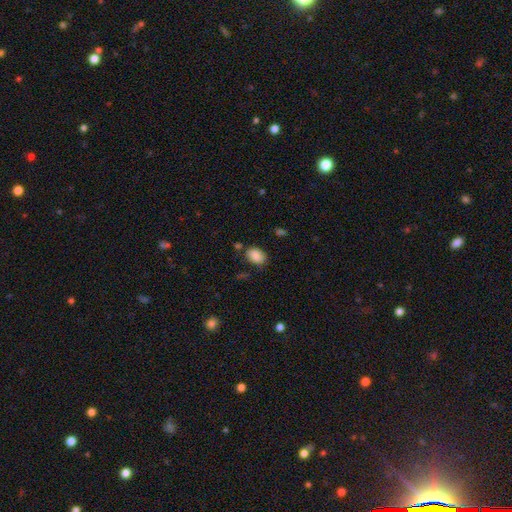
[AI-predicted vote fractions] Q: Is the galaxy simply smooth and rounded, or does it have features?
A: smooth — 87%.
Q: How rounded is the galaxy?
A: in between — 82%.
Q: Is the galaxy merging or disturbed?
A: none — 77%.